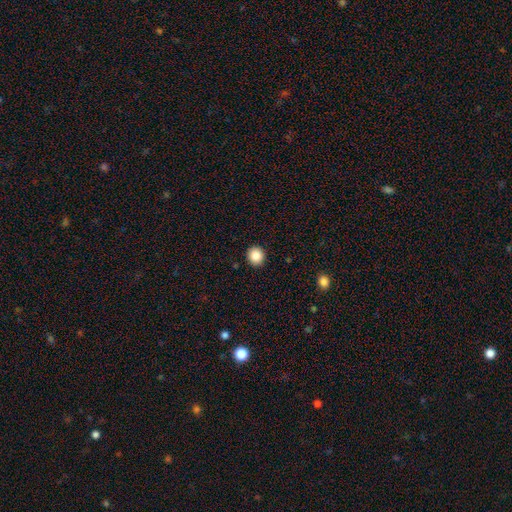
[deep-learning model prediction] Smooth or featured? Predicted: smooth (p=0.85). How rounded? Predicted: round (p=0.90). Merging? Predicted: none (p=0.93).